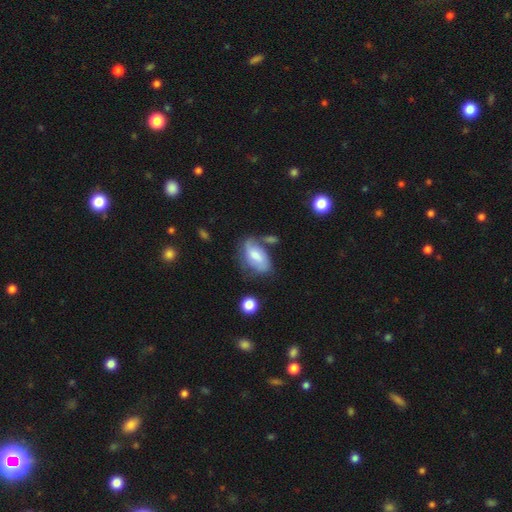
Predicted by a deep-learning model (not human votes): smooth_or_featured: smooth (p=0.56) [alt: featured or disk p=0.36]
how_rounded: in between (p=0.91) [alt: round p=0.05]
merging: none (p=0.46) [alt: minor disturbance p=0.27]